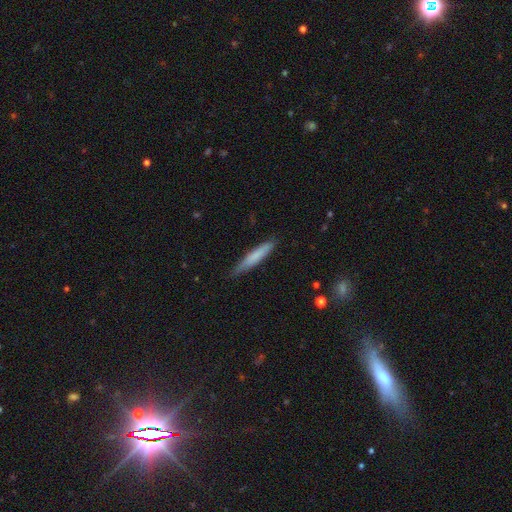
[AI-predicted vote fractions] Smooth or featured: smooth — 72% (featured or disk — 22%)
How rounded: cigar-shaped — 93% (in between — 6%)
Merging: none — 83% (minor disturbance — 14%)